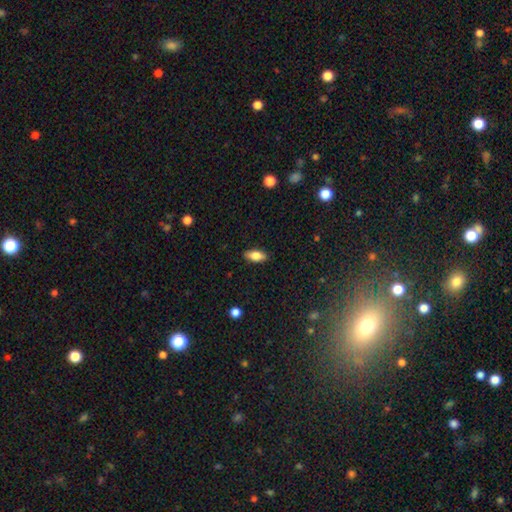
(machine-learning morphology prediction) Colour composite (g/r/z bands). It shows a smooth galaxy with no disk features (81%) that is in between round and cigar-shaped (87%). Merging: none (88%).